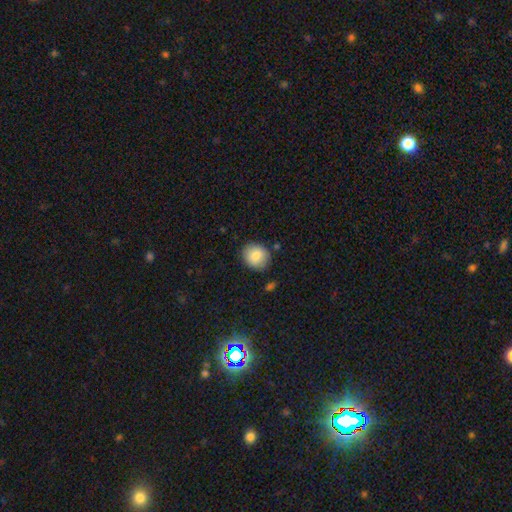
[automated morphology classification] smooth-or-featured: smooth: 85% | star or artifact: 8% | featured or disk: 7%
  how-rounded: round: 79% | in between: 20% | cigar-shaped: 1%
  merging: none: 83% | minor disturbance: 12% | major disturbance: 3% | merger: 2%